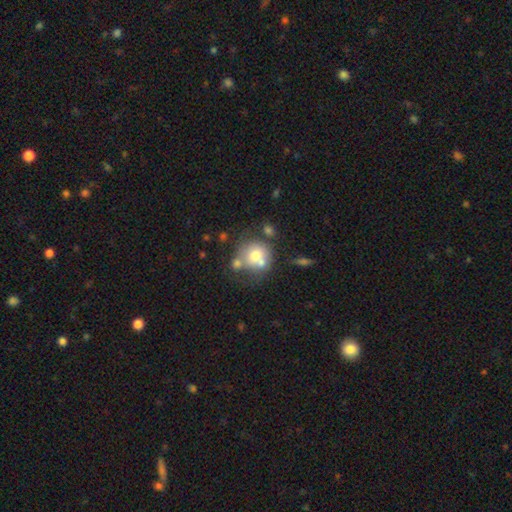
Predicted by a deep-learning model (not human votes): Smooth or featured? Predicted: smooth (p=0.67). How rounded? Predicted: round (p=0.82). Merging? Predicted: none (p=0.43).